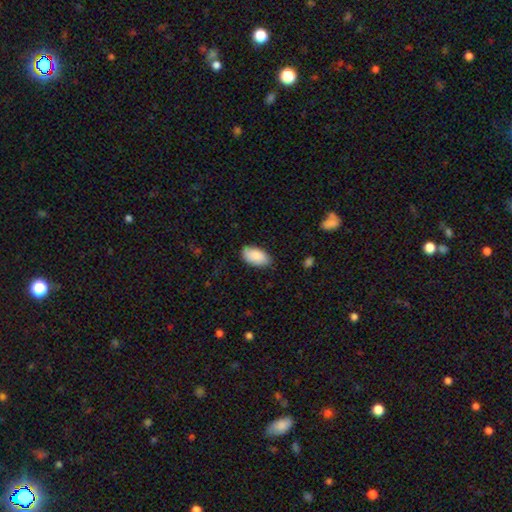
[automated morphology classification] This is clearly a smooth galaxy (87%). How rounded: clearly in between (95%). Merging: likely none (80%).